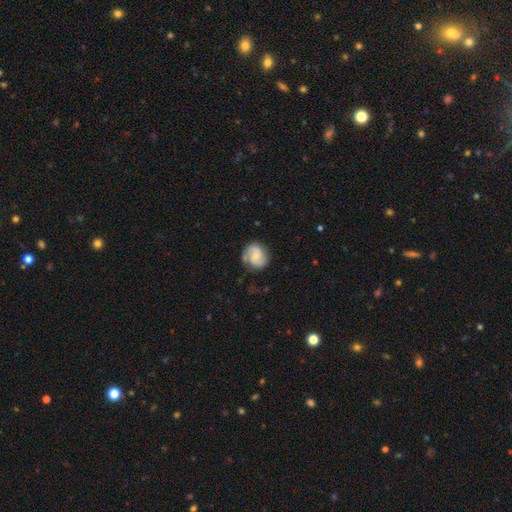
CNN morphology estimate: The model was most divided on "spiral winding": medium: 44%, tight: 35%, loose: 21%. More confident: edge-on disk — no (98%); spiral arms — yes (91%); spiral arm count — 2 (78%); merging — none (73%); smooth or featured — featured or disk (59%); bar — no (56%); bulge size — small (52%).